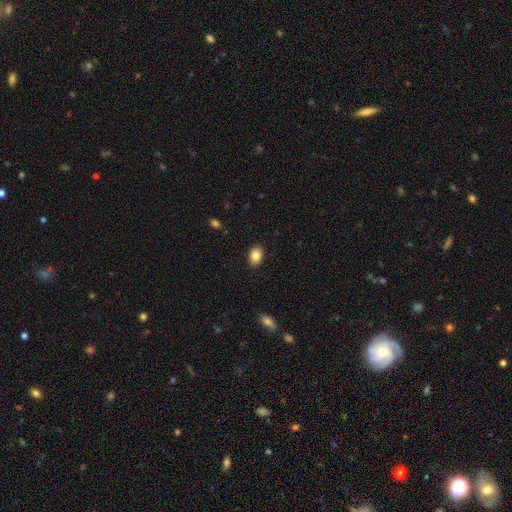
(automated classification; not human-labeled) Morphology: type=smooth (86%); roundness=in between (78%); merging=none (89%).